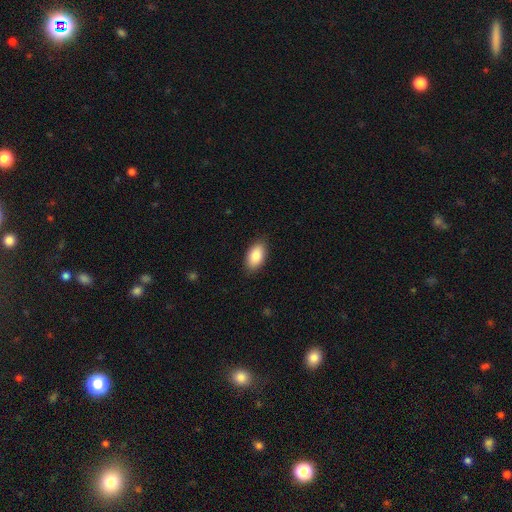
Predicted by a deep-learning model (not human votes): Q: Smooth or featured?
A: smooth (86%); runner-up: featured or disk (7%)
Q: How rounded?
A: in between (94%); runner-up: round (4%)
Q: Merging?
A: none (87%); runner-up: minor disturbance (10%)